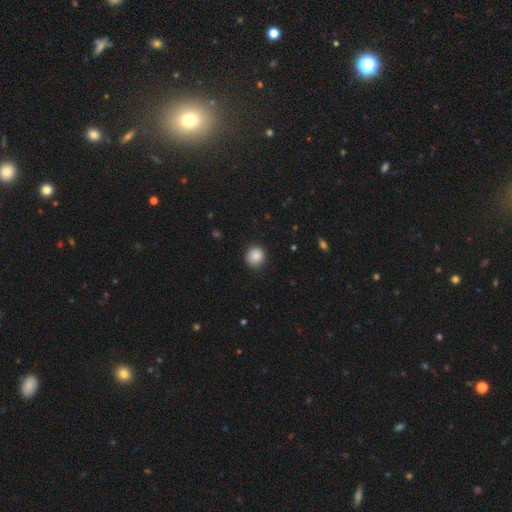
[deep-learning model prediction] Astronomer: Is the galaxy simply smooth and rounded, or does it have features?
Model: smooth — 87%.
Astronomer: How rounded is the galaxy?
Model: round — 86%.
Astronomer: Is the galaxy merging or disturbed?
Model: none — 88%.